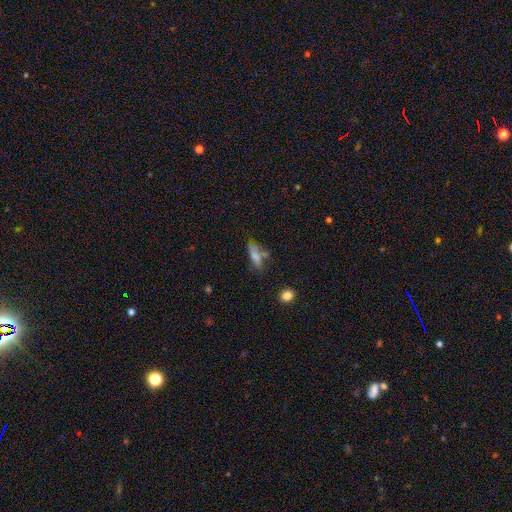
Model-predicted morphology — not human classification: The model was most divided on "merging": none: 45%, minor disturbance: 25%, merger: 17%, major disturbance: 14%. More confident: smooth or featured — smooth (70%); how rounded — in between (63%).